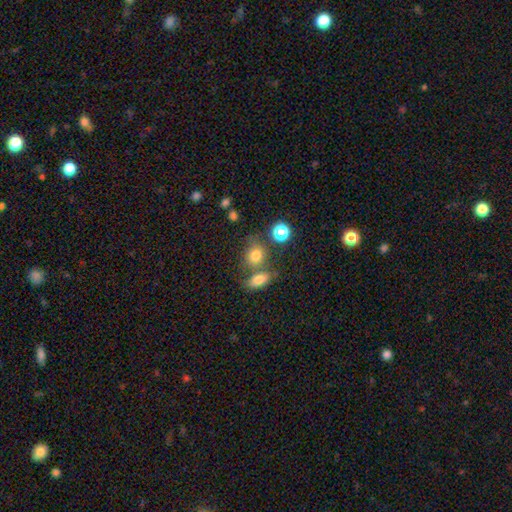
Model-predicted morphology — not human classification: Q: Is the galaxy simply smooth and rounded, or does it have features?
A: smooth — 77%.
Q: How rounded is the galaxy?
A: round — 59%.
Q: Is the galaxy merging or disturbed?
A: none — 51%.